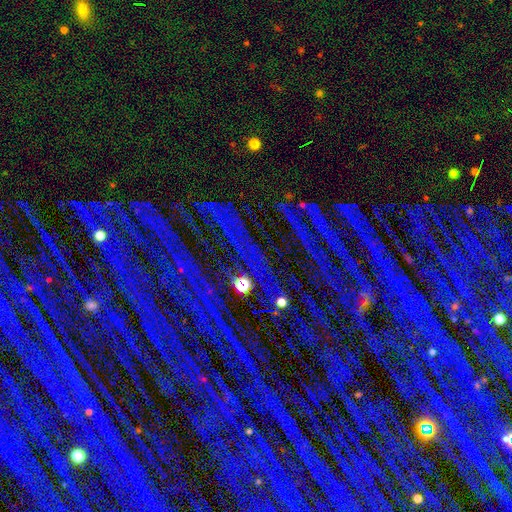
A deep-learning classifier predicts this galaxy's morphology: A star or artifact, not a galaxy (76%).